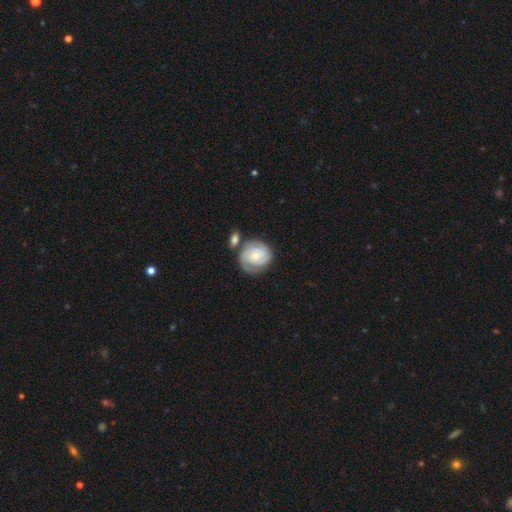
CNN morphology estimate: A featured or disk galaxy (78%) with no bar (62%), 2 (46%) tight (75%) spiral arms (96%) and a small central bulge (54%). Merging: none (61%).